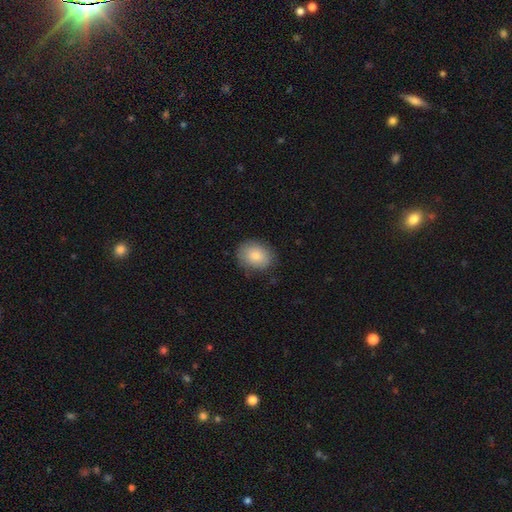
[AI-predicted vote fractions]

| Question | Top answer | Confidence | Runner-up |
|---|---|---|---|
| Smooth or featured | smooth | 83% | featured or disk (10%) |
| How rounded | in between | 51% | round (48%) |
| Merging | none | 81% | minor disturbance (15%) |